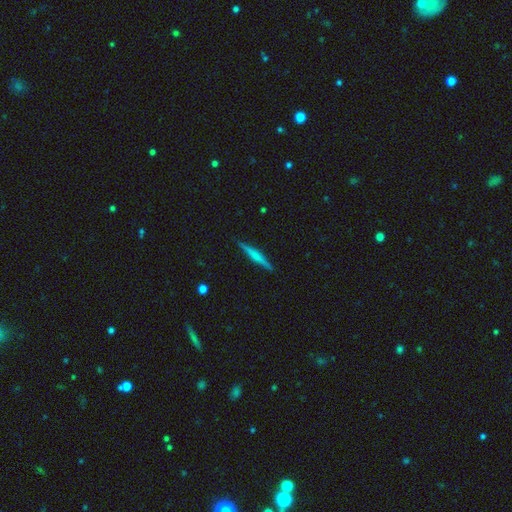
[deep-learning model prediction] Q: Smooth or featured?
A: featured or disk (52%); runner-up: smooth (42%)
Q: Edge-on disk?
A: yes (98%); runner-up: no (2%)
Q: Edge-on bulge?
A: none (42%); runner-up: rounded (39%)
Q: Merging?
A: none (90%); runner-up: minor disturbance (7%)